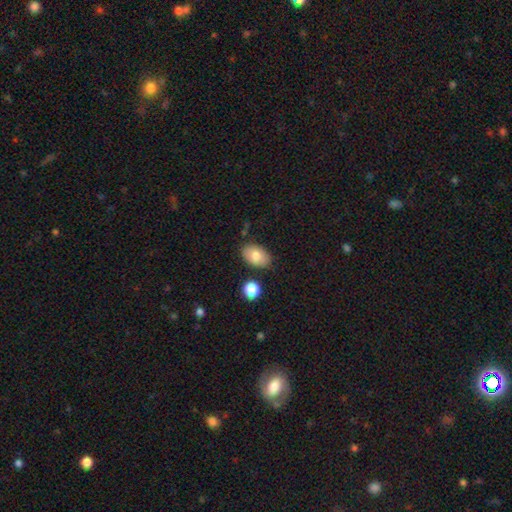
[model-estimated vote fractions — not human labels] Morphology: type=smooth (80%); roundness=in between (89%); merging=none (82%).